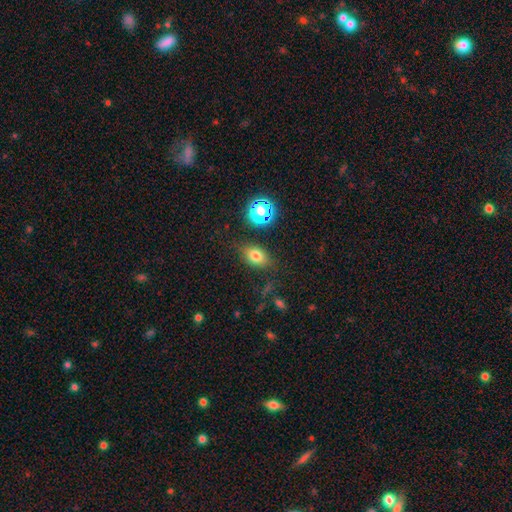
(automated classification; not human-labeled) smooth_or_featured: smooth (p=0.74) [alt: star or artifact p=0.15]
how_rounded: in between (p=0.74) [alt: round p=0.24]
merging: none (p=0.78) [alt: minor disturbance p=0.14]